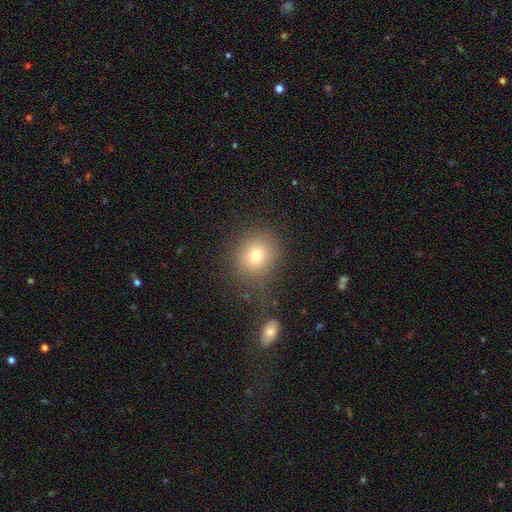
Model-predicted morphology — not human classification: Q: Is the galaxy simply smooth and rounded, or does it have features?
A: smooth — 75%.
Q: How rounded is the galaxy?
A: round — 84%.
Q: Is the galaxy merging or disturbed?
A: none — 79%.